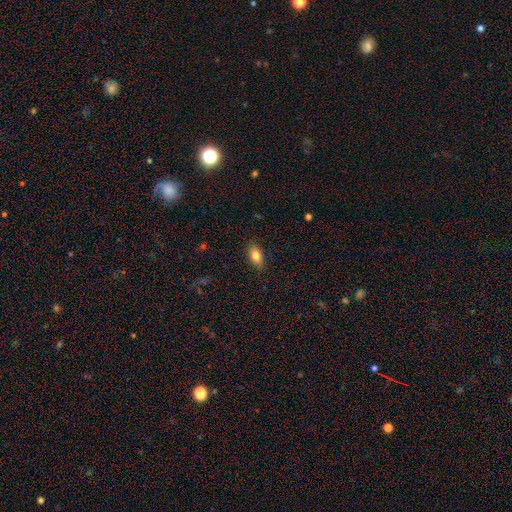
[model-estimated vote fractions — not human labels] Smooth or featured: smooth — 82% (featured or disk — 10%)
How rounded: in between — 88% (round — 7%)
Merging: none — 85% (minor disturbance — 11%)